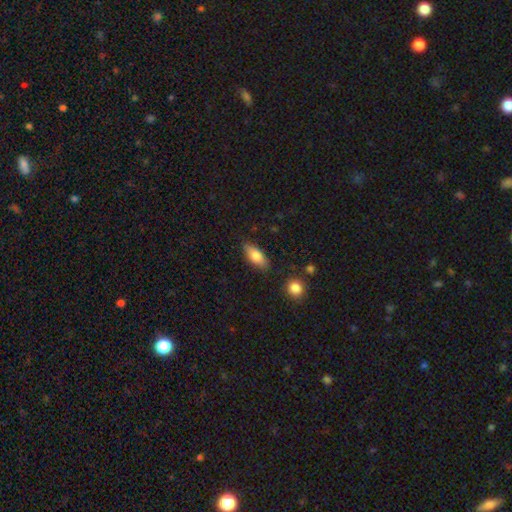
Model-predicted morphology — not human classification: smooth-or-featured: smooth: 78% | featured or disk: 15% | star or artifact: 7%
  how-rounded: in between: 79% | cigar-shaped: 18% | round: 3%
  merging: none: 83% | minor disturbance: 12% | major disturbance: 3% | merger: 2%